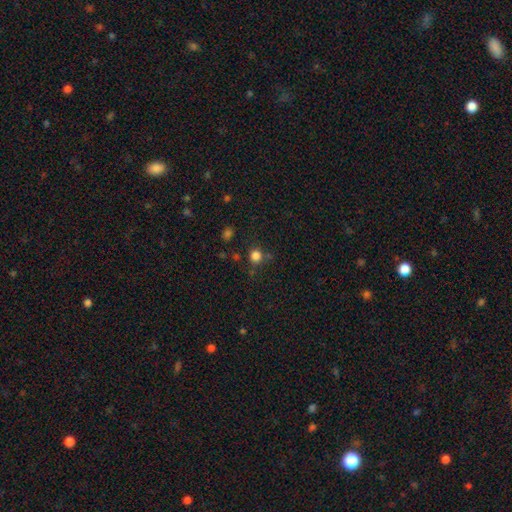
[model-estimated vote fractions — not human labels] smooth-or-featured: smooth: 79% | star or artifact: 16% | featured or disk: 5%
  how-rounded: round: 88% | in between: 11% | cigar-shaped: 1%
  merging: none: 74% | minor disturbance: 14% | merger: 7% | major disturbance: 5%